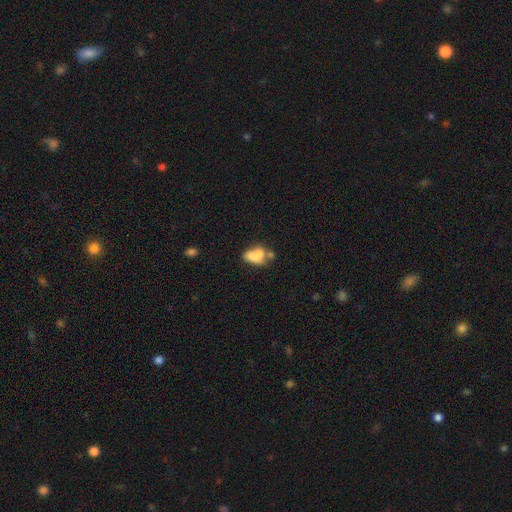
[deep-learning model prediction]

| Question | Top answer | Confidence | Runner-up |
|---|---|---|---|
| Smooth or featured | smooth | 62% | featured or disk (28%) |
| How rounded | in between | 80% | round (16%) |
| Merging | merger | 50% | none (24%) |